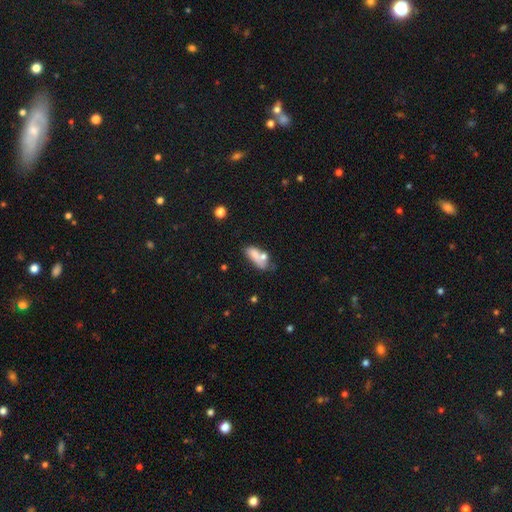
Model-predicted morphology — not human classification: Overall: smooth (67%). How rounded: in between (74%). Merging: merger (35%; none 32%).